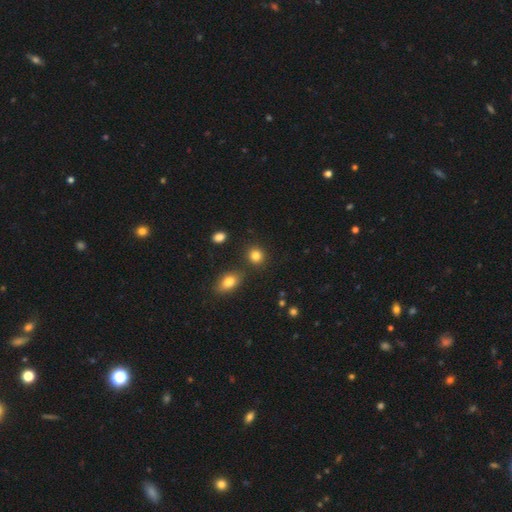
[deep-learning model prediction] Smooth or featured?
  - smooth: 84% *
  - star or artifact: 11%
  - featured or disk: 6%
How rounded?
  - round: 81% *
  - in between: 18%
  - cigar-shaped: 1%
Merging?
  - none: 83% *
  - minor disturbance: 8%
  - merger: 7%
  - major disturbance: 3%